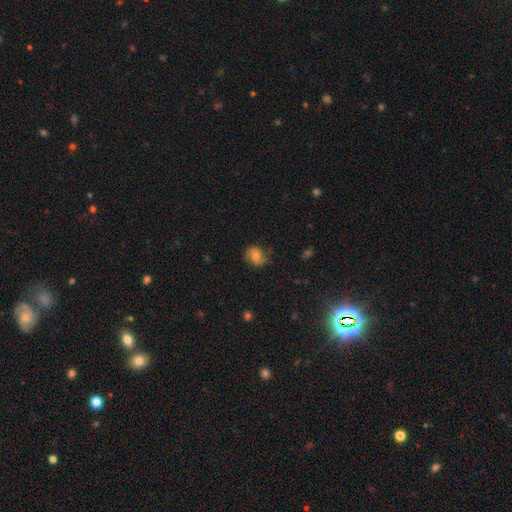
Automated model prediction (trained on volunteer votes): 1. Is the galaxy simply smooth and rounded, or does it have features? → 58% smooth, 33% featured or disk, 10% star or artifact.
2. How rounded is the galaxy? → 60% round, 39% in between, 1% cigar-shaped.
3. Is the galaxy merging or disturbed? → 72% none, 21% minor disturbance, 6% major disturbance, 1% merger.